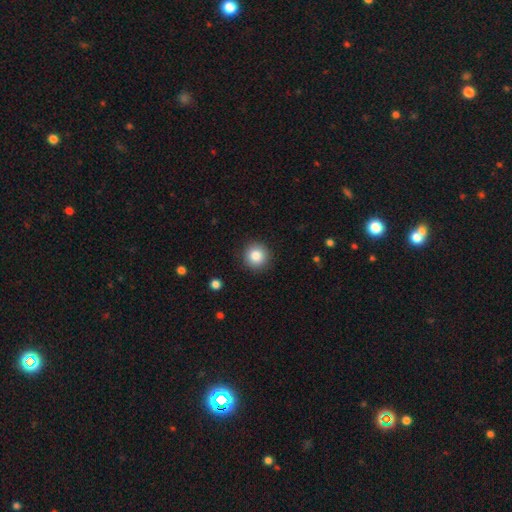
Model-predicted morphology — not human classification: type=smooth (84%); roundness=round (94%); merging=none (91%).